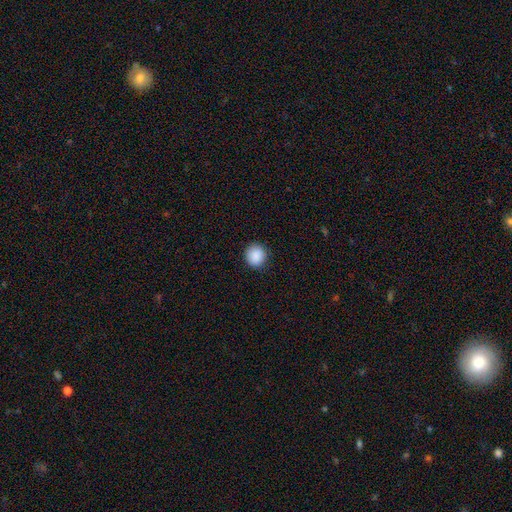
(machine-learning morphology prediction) smooth 90%, star or artifact 8%, featured or disk 3%. Down the decision tree: how rounded — round (87%); merging — none (89%).